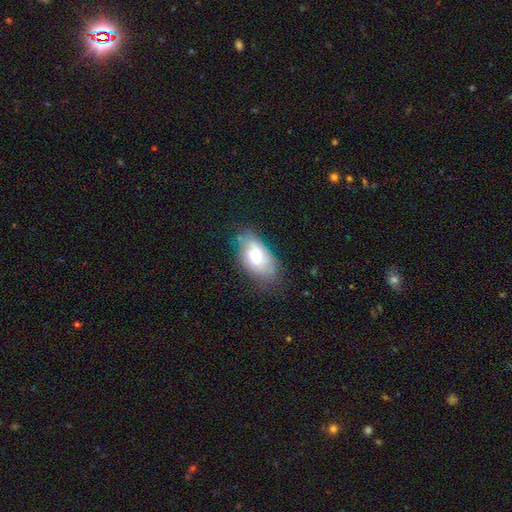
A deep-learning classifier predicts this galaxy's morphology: smooth_or_featured: smooth (p=0.60) [alt: featured or disk p=0.31]
how_rounded: in between (p=0.91) [alt: round p=0.06]
merging: none (p=0.60) [alt: minor disturbance p=0.28]